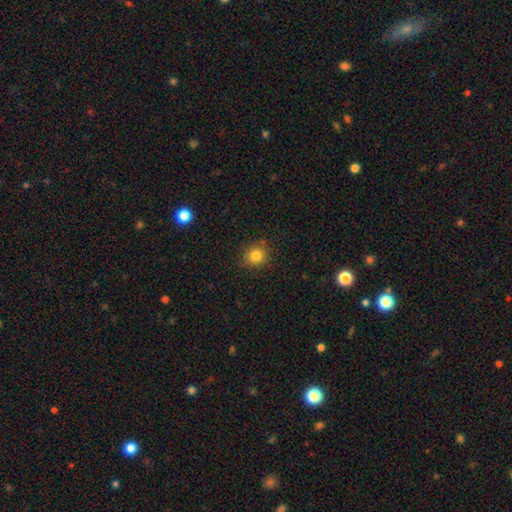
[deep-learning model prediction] Smooth or featured? Predicted: smooth (p=0.83). How rounded? Predicted: round (p=0.87). Merging? Predicted: none (p=0.86).